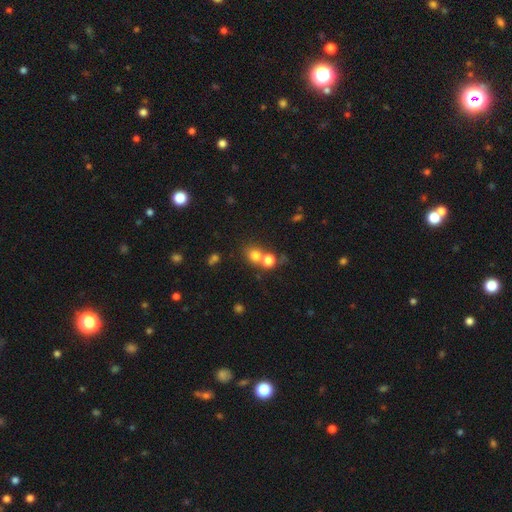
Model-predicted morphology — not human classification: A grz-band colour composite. It shows a smooth galaxy with no disk features (74%) that is round (79%). Merging: none (47%).